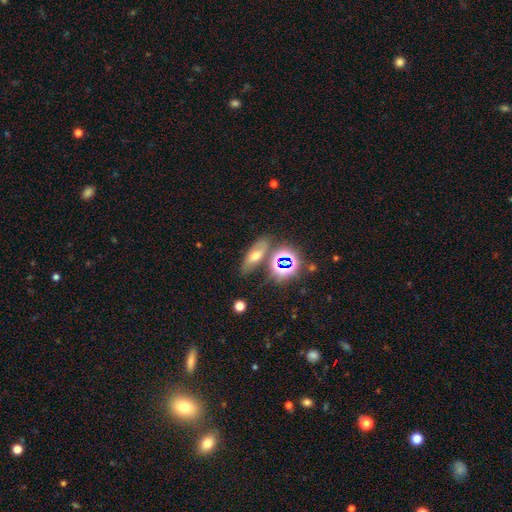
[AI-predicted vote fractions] smooth_or_featured: smooth (p=0.48) [alt: star or artifact p=0.27]
merging: none (p=0.72) [alt: minor disturbance p=0.13]